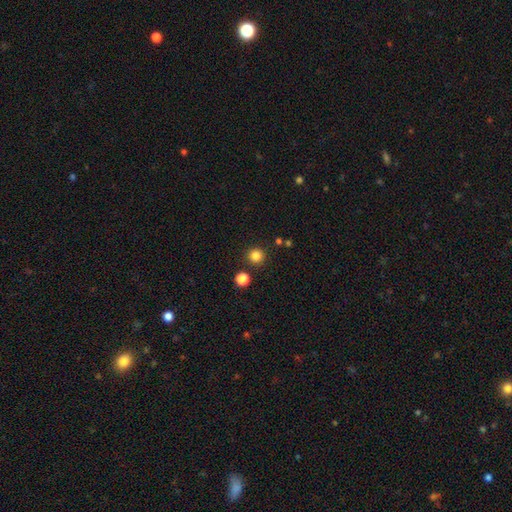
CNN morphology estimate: Overall: smooth (83%). How rounded: round (95%). Merging: none (88%).